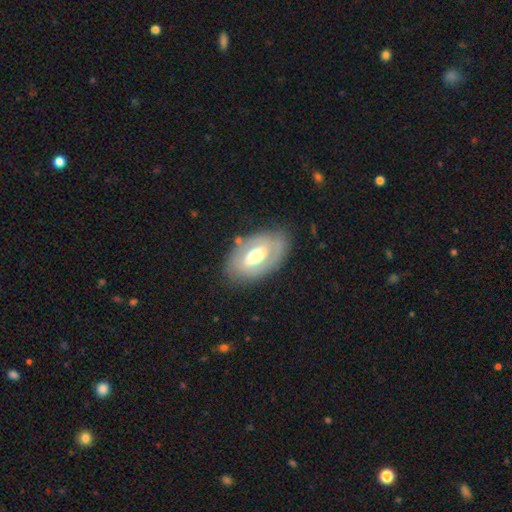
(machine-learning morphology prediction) This is possibly a featured or disk galaxy (58%). It is clearly not viewed edge-on (90%). Bar: marginally weak (37%). Spiral arm pattern: likely no (62%). Central bulge: likely moderate (63%). Merging: likely none (77%).